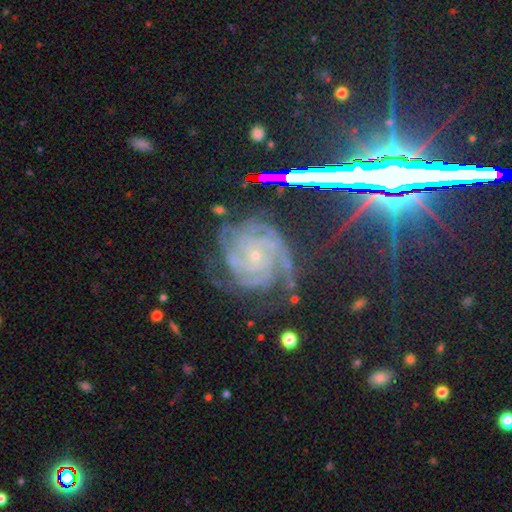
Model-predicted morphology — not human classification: Smooth or featured?
  - featured or disk: 84% *
  - star or artifact: 11%
  - smooth: 6%
Edge-on disk?
  - no: 97% *
  - yes: 3%
Bar?
  - no: 76% *
  - weak: 18%
  - strong: 6%
Spiral arms?
  - yes: 98% *
  - no: 2%
Spiral winding?
  - tight: 73% *
  - medium: 23%
  - loose: 4%
Spiral arm count?
  - 4: 28% *
  - 3: 23%
  - can't tell: 18%
  - more than 4: 14%
  - 2: 11%
  - 1: 7%
Bulge size?
  - small: 83% *
  - moderate: 13%
  - none: 2%
  - large: 1%
  - dominant: 1%
Merging?
  - none: 69% *
  - minor disturbance: 19%
  - major disturbance: 9%
  - merger: 2%